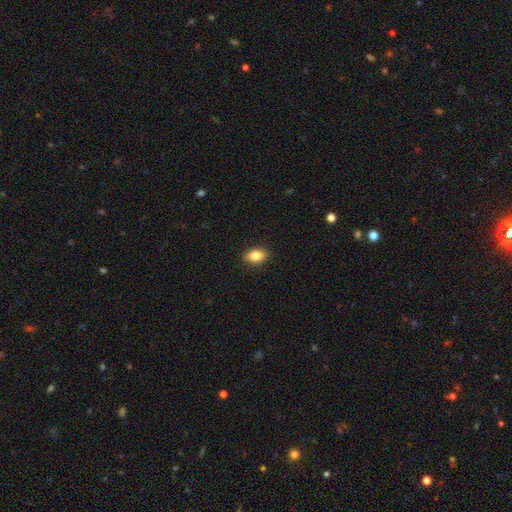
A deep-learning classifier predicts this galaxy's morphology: This is clearly a smooth galaxy (81%). How rounded: clearly in between (85%). Merging: clearly none (89%).